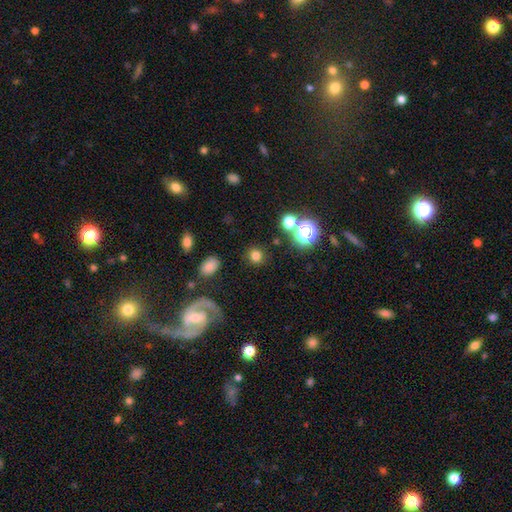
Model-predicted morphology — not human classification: type=smooth (76%); roundness=round (89%); merging=none (85%).